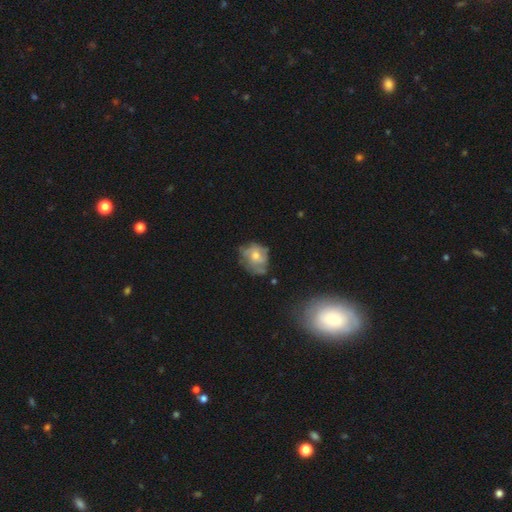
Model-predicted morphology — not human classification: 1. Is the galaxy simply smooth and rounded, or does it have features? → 48% featured or disk, 41% smooth, 11% star or artifact.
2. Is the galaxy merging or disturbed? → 51% none, 28% minor disturbance, 18% major disturbance, 4% merger.